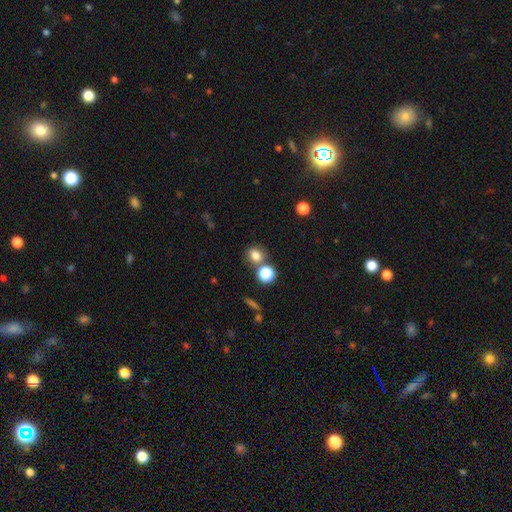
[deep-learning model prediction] Smooth or featured: smooth — 76% (star or artifact — 16%)
How rounded: round — 67% (in between — 32%)
Merging: none — 69% (merger — 17%)